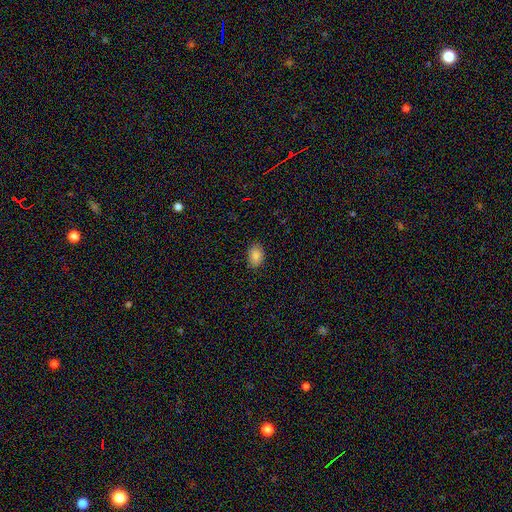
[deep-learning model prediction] Smooth or featured? Predicted: smooth (p=0.87). How rounded? Predicted: in between (p=0.79). Merging? Predicted: none (p=0.86).